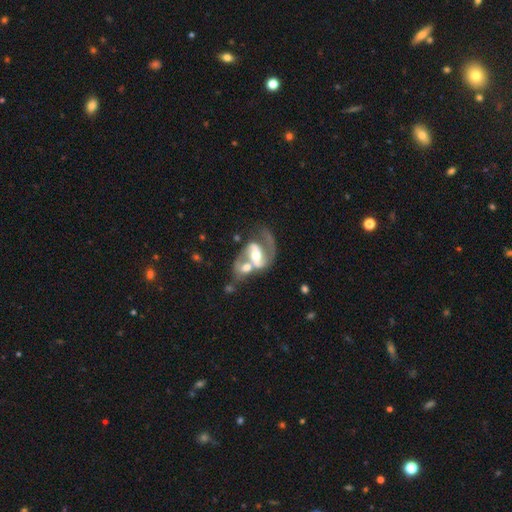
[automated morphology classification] Smooth or featured? Predicted: featured or disk (p=0.82). Edge-on disk? Predicted: no (p=0.97). Bar? Predicted: strong (p=0.42). Spiral arms? Predicted: yes (p=0.88). Spiral winding? Predicted: medium (p=0.45). Spiral arm count? Predicted: 2 (p=0.74). Bulge size? Predicted: moderate (p=0.64). Merging? Predicted: merger (p=0.54).